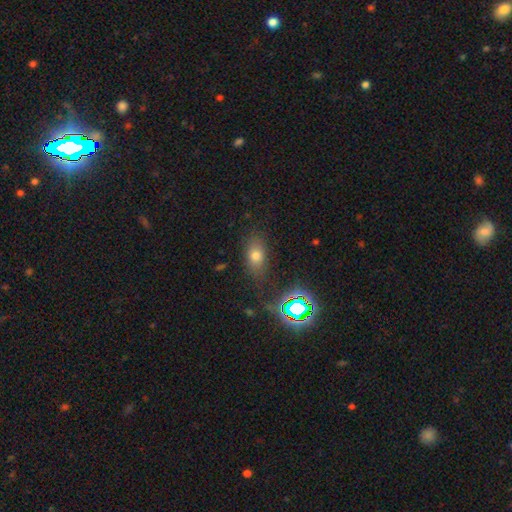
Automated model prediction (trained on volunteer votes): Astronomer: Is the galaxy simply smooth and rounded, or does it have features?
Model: smooth — 68%.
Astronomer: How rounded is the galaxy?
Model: in between — 79%.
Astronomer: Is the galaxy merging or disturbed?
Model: none — 78%.